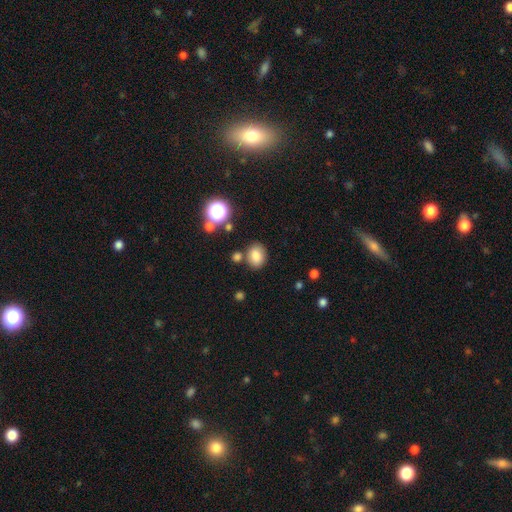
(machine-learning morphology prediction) smooth 80%, star or artifact 13%, featured or disk 7%. Down the decision tree: how rounded — in between (58%); merging — none (77%).